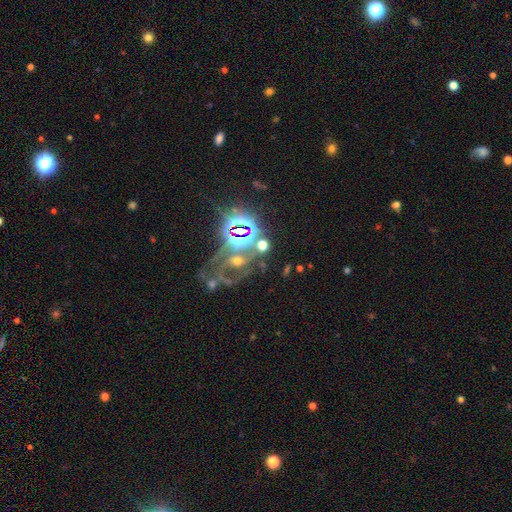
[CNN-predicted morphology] Smooth or featured? star or artifact (65%)